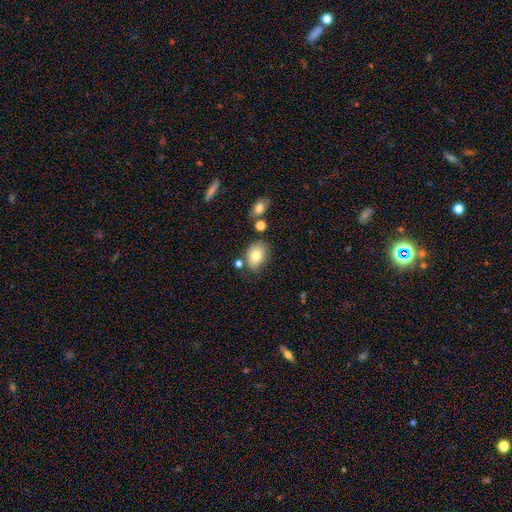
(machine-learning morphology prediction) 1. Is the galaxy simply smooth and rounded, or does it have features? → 76% smooth, 15% featured or disk, 9% star or artifact.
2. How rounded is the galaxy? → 74% in between, 25% round, 1% cigar-shaped.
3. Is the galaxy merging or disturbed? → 68% none, 19% minor disturbance, 9% merger, 5% major disturbance.